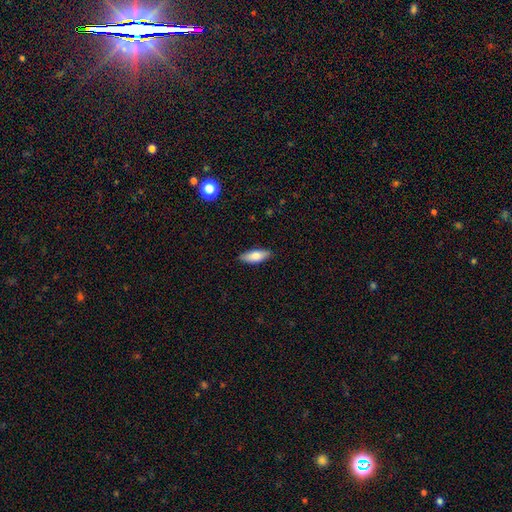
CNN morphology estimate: Smooth or featured? Predicted: smooth (p=0.78). How rounded? Predicted: in between (p=0.73). Merging? Predicted: none (p=0.87).